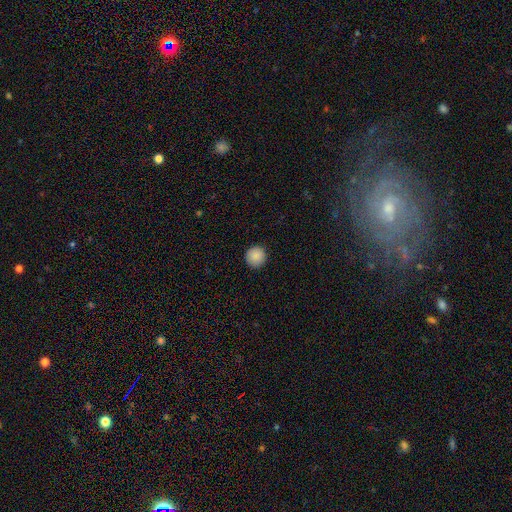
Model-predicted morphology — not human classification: This appears to be a smooth galaxy with no disk features (88%) that is round (95%). Merging: none (92%).